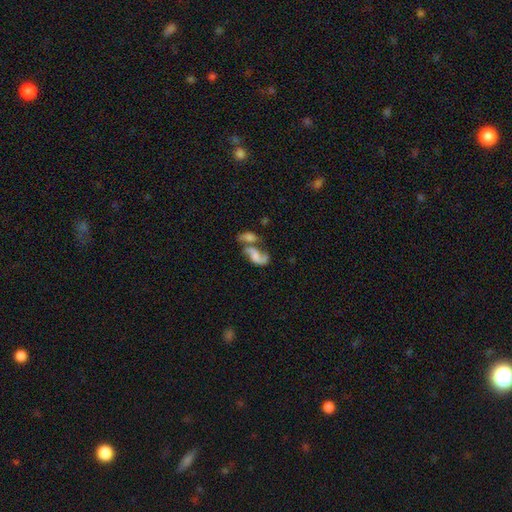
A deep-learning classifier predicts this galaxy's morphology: Smooth or featured? featured or disk (64%)
Edge-on disk? no (95%)
Bar? no (59%)
Spiral arms? yes (84%)
Spiral winding? loose (66%)
Spiral arm count? 2 (80%)
Bulge size? none (38%)
Merging? merger (55%)